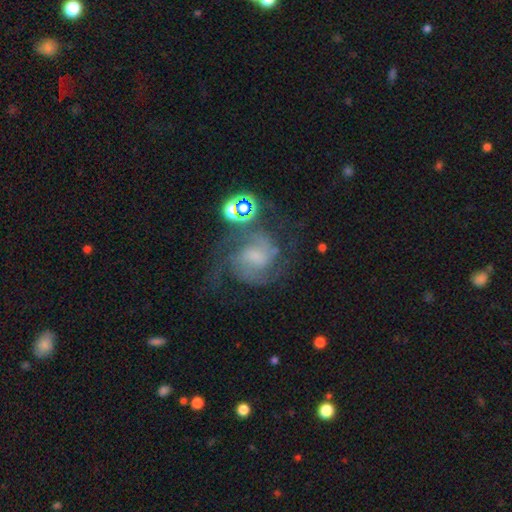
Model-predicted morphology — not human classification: A featured or disk galaxy (75%) with a weak bar (48%), 2 (61%) medium (53%) spiral arms (94%) and a small central bulge (34%).

Vote fractions:
- Smooth or featured? featured or disk: 75% / smooth: 13% / star or artifact: 12%
- Edge-on disk? no: 98% / yes: 2%
- Bar? weak: 48% / no: 38% / strong: 15%
- Spiral arms? yes: 94% / no: 6%
- Spiral winding? medium: 53% / tight: 30% / loose: 17%
- Spiral arm count? 2: 61% / can't tell: 15% / 3: 12% / 1: 4% / 4: 4% / more than 4: 3%
- Bulge size? small: 34% / none: 32% / moderate: 25% / large: 7% / dominant: 2%
- Merging? none: 57% / major disturbance: 18% / minor disturbance: 18% / merger: 7%